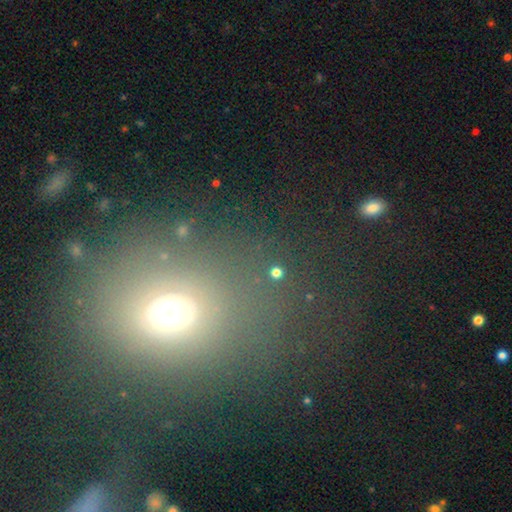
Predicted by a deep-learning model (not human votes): Q: Smooth or featured?
A: smooth (57%); runner-up: star or artifact (29%)
Q: How rounded?
A: round (59%); runner-up: in between (40%)
Q: Merging?
A: none (72%); runner-up: minor disturbance (13%)